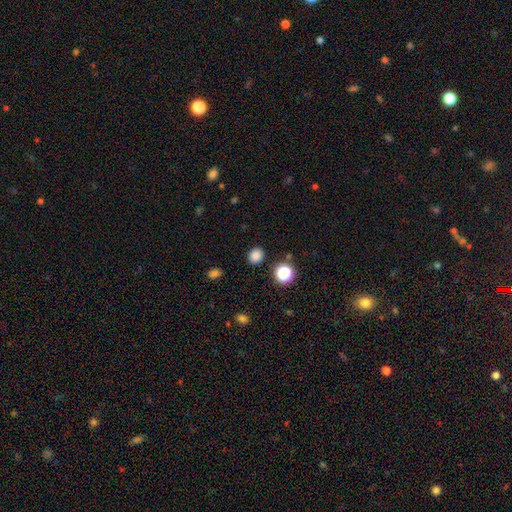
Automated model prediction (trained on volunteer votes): The model was most divided on "how rounded": round: 66%, in between: 33%, cigar-shaped: 1%. More confident: merging — none (89%); smooth or featured — smooth (83%).